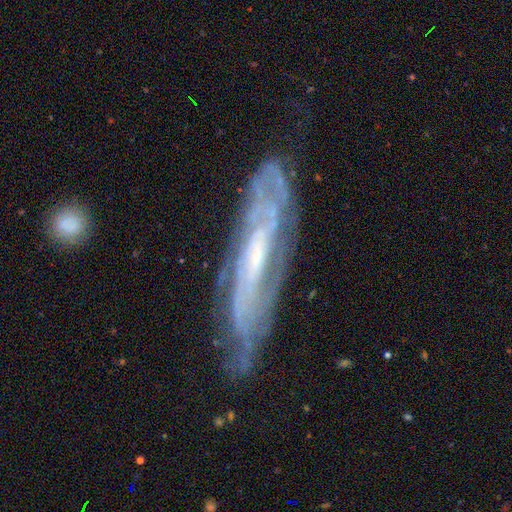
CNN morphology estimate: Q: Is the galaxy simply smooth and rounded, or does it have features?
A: featured or disk — 82%.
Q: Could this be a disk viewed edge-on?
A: no — 65%.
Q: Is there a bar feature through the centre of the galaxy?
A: no — 40%.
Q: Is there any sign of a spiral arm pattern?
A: yes — 92%.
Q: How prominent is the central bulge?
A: small — 60%.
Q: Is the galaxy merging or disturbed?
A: none — 72%.